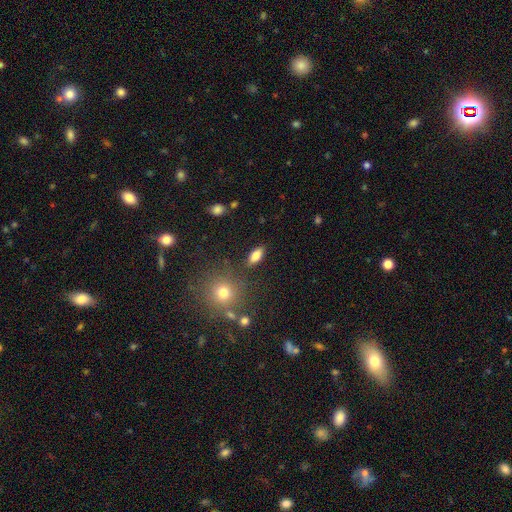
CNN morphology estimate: This is likely a smooth galaxy (79%). How rounded: clearly in between (84%). Merging: clearly none (85%).